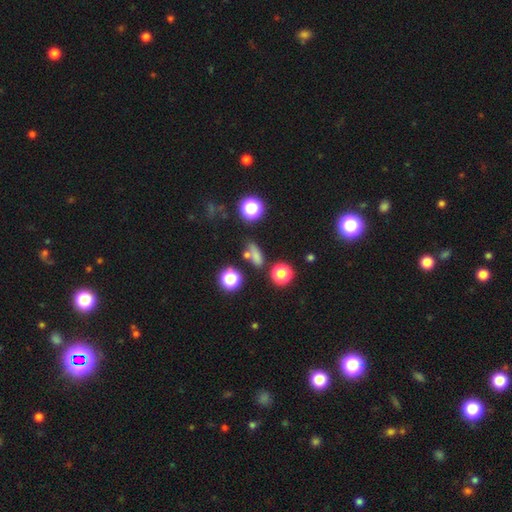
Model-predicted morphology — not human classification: Smooth or featured? smooth (65%)
How rounded? in between (48%)
Merging? none (63%)